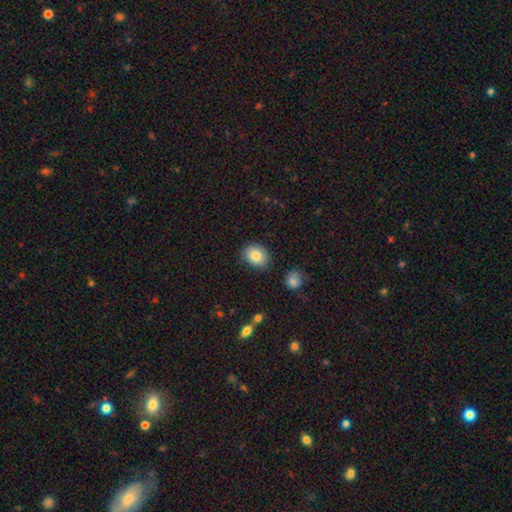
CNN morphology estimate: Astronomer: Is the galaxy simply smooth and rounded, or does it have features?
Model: smooth — 83%.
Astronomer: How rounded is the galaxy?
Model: in between — 52% (runner-up: round, 47%).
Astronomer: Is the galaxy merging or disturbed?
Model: none — 76%.